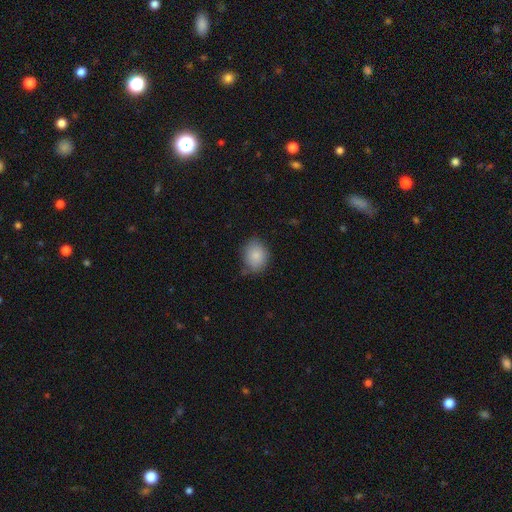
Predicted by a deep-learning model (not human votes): Smooth or featured?
  - smooth: 86% *
  - star or artifact: 8%
  - featured or disk: 6%
How rounded?
  - round: 51% *
  - in between: 48%
  - cigar-shaped: 1%
Merging?
  - none: 73% *
  - minor disturbance: 21%
  - major disturbance: 4%
  - merger: 2%